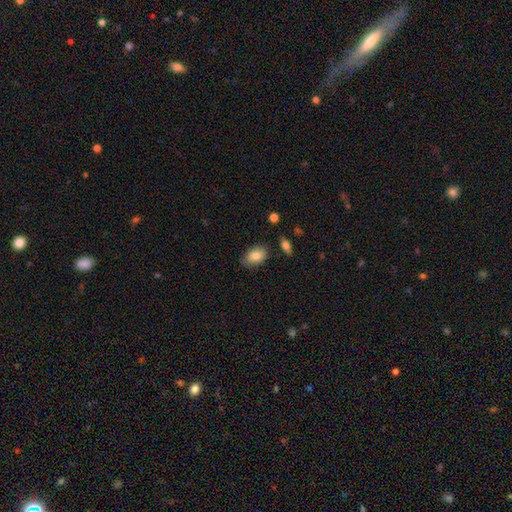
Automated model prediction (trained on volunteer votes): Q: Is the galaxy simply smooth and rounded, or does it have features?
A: smooth — 81%.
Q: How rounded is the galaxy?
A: in between — 89%.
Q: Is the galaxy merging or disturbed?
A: none — 79%.